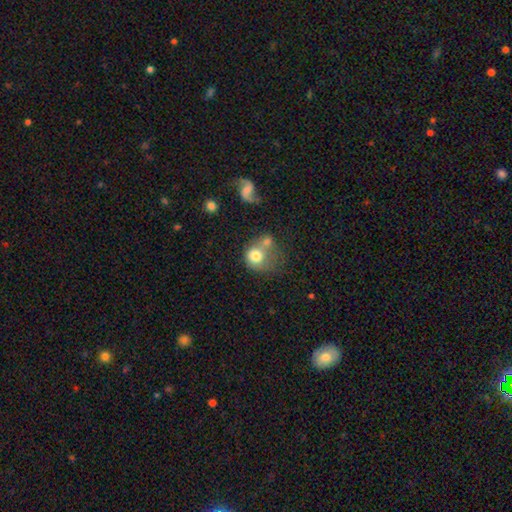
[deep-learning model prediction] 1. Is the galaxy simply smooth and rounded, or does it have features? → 71% smooth, 20% featured or disk, 9% star or artifact.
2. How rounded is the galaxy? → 72% round, 27% in between, 1% cigar-shaped.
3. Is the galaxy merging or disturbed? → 44% merger, 25% none, 16% major disturbance, 15% minor disturbance.